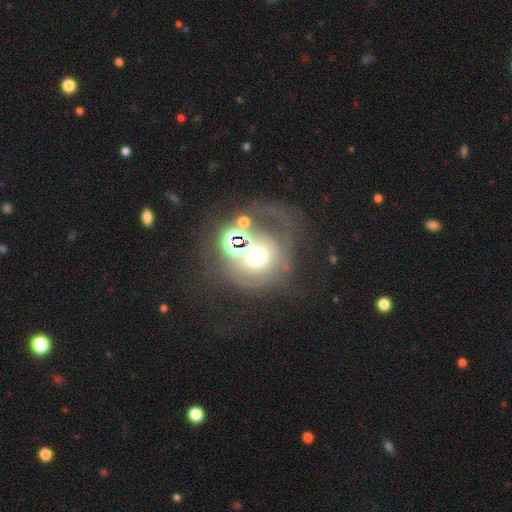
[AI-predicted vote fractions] Smooth or featured?
  - smooth: 46% *
  - featured or disk: 30%
  - star or artifact: 24%
Merging?
  - major disturbance: 34% *
  - none: 32%
  - merger: 21%
  - minor disturbance: 13%